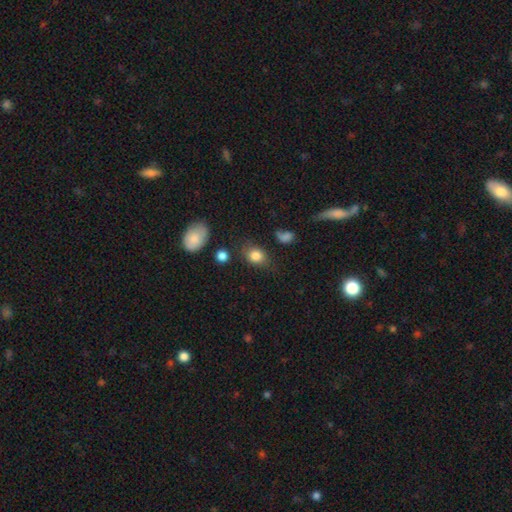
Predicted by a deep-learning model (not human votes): Smooth or featured? Predicted: smooth (p=0.83). How rounded? Predicted: in between (p=0.61). Merging? Predicted: none (p=0.69).